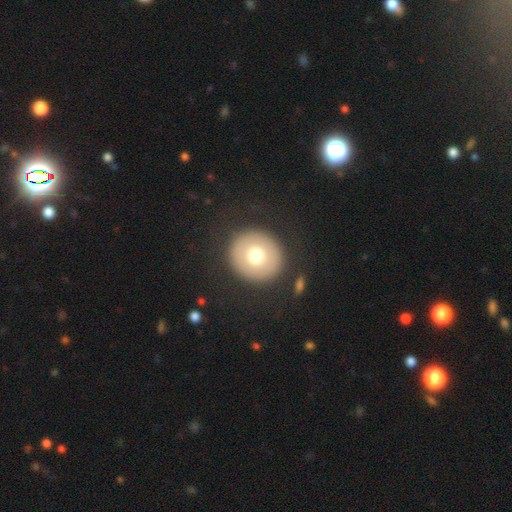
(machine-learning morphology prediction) The model was most divided on "smooth or featured": smooth: 66%, featured or disk: 25%, star or artifact: 9%. More confident: how rounded — round (92%); merging — none (87%).